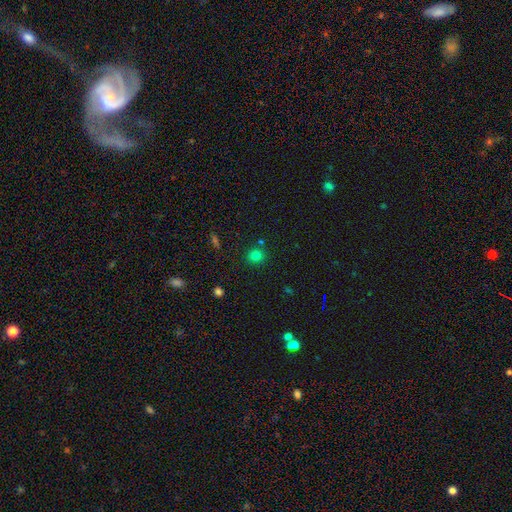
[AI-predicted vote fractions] The model was most divided on "smooth or featured": smooth: 77%, star or artifact: 17%, featured or disk: 6%. More confident: how rounded — round (88%); merging — none (82%).